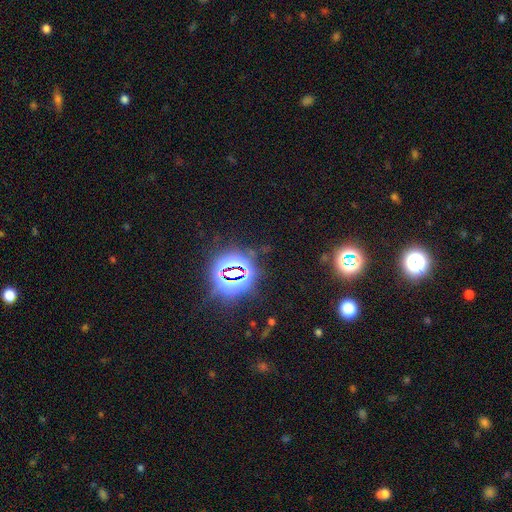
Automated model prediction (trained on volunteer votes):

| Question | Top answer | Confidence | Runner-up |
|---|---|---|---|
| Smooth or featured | star or artifact | 82% | smooth (11%) |